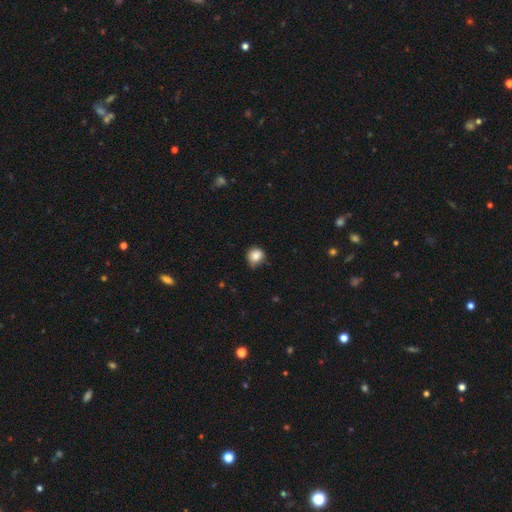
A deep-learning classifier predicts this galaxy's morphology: smooth_or_featured: smooth (p=0.85) [alt: star or artifact p=0.10]
how_rounded: round (p=0.82) [alt: in between p=0.17]
merging: none (p=0.62) [alt: minor disturbance p=0.30]